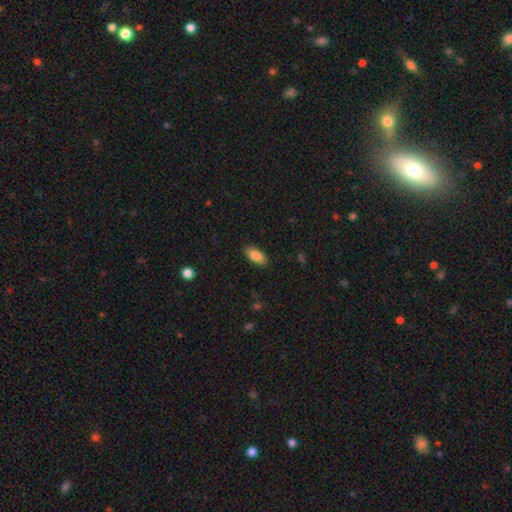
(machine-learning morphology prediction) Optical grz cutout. It shows a smooth galaxy with no disk features (85%) that is in between round and cigar-shaped (89%). Merging: none (87%).